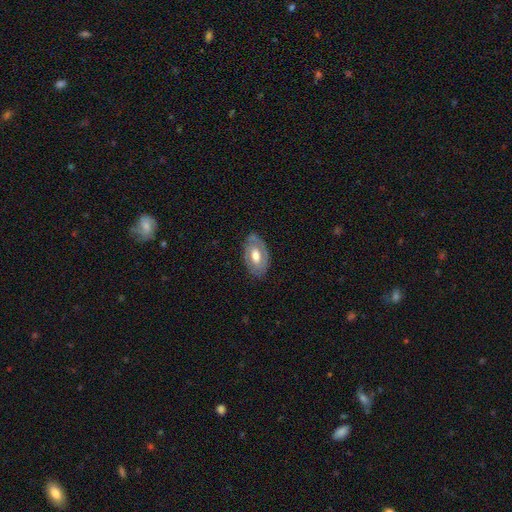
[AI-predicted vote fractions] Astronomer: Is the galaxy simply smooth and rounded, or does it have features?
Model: featured or disk — 57% (runner-up: smooth, 38%).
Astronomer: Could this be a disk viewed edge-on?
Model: no — 91%.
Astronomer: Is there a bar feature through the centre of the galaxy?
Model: no — 57% (runner-up: weak, 33%).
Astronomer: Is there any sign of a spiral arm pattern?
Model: no — 52% (runner-up: yes, 48%).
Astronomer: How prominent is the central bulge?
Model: moderate — 61%.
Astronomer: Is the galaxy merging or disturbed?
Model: none — 75%.